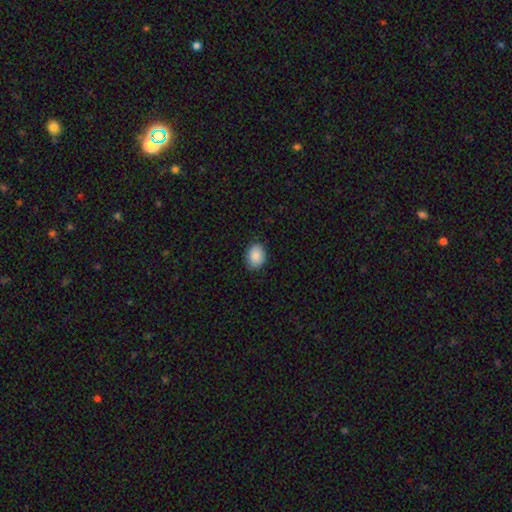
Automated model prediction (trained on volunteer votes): Q: Smooth or featured?
A: smooth (89%); runner-up: star or artifact (7%)
Q: How rounded?
A: in between (69%); runner-up: round (30%)
Q: Merging?
A: none (87%); runner-up: minor disturbance (10%)